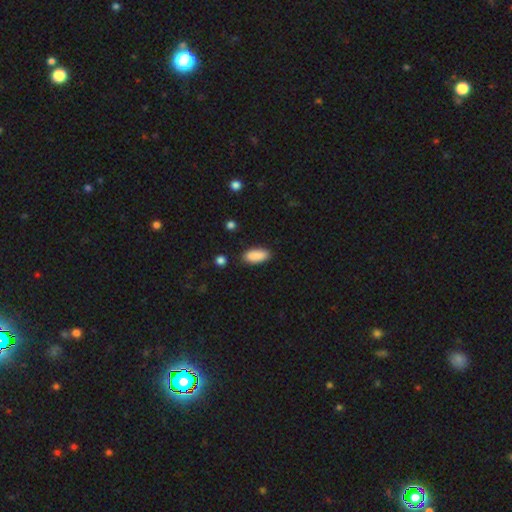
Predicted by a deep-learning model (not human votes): Smooth or featured?
  - smooth: 89% *
  - star or artifact: 7%
  - featured or disk: 4%
How rounded?
  - in between: 81% *
  - cigar-shaped: 17%
  - round: 2%
Merging?
  - none: 85% *
  - minor disturbance: 11%
  - major disturbance: 2%
  - merger: 2%